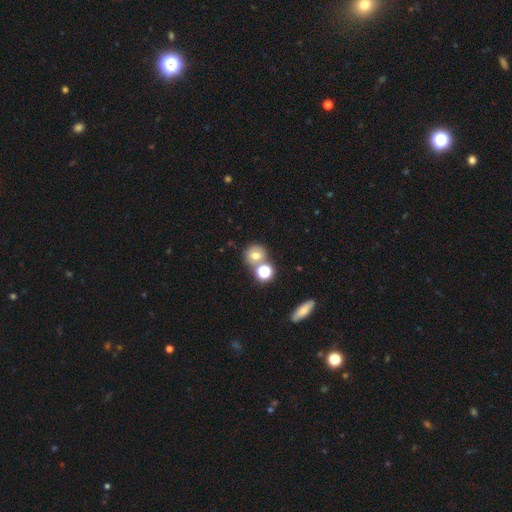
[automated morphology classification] Smooth or featured? Predicted: smooth (p=0.69). How rounded? Predicted: round (p=0.82). Merging? Predicted: none (p=0.57).